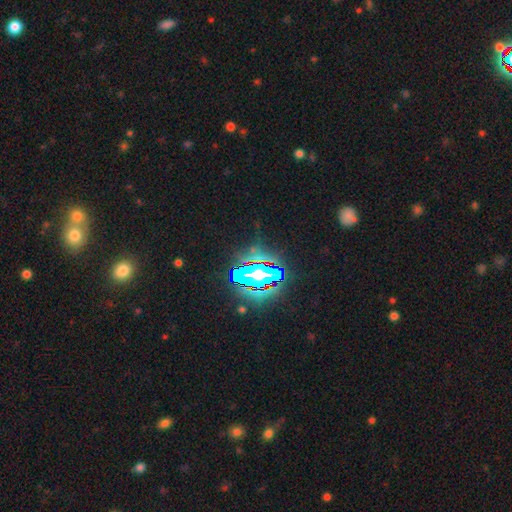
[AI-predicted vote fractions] smooth_or_featured: star or artifact (p=0.78) [alt: smooth p=0.11]